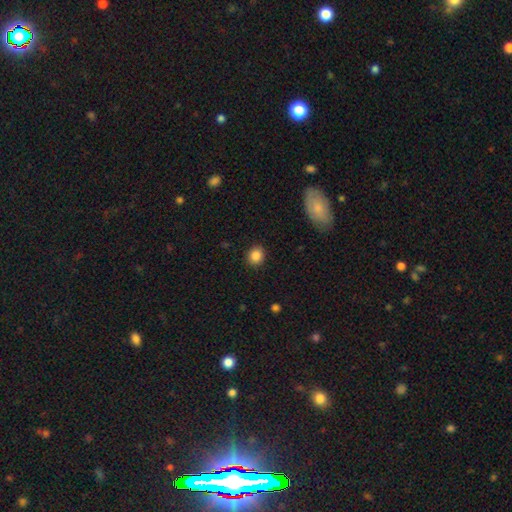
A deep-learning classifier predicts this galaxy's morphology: Smooth or featured?
  - smooth: 86% *
  - star or artifact: 10%
  - featured or disk: 4%
How rounded?
  - round: 79% *
  - in between: 20%
  - cigar-shaped: 1%
Merging?
  - none: 90% *
  - minor disturbance: 7%
  - major disturbance: 2%
  - merger: 1%